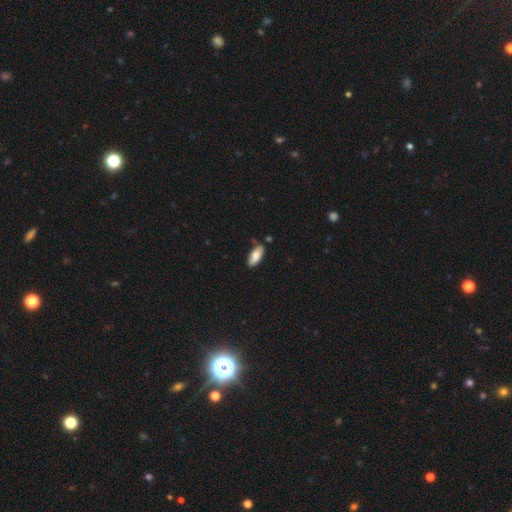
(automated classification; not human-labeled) A smooth galaxy with no disk features (82%) that is in between round and cigar-shaped (82%). Merging: none (76%).